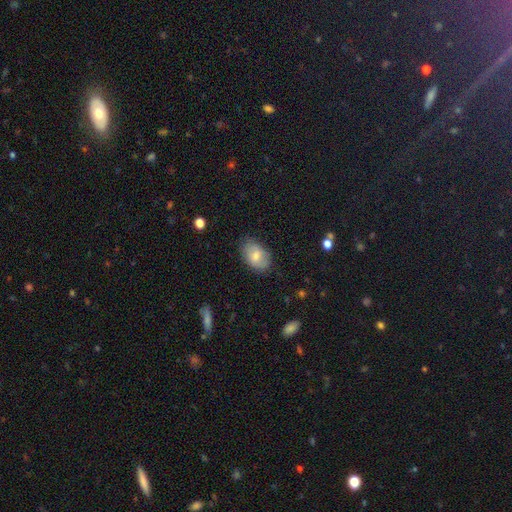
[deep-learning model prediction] smooth 68%, featured or disk 24%, star or artifact 8%. Down the decision tree: how rounded — in between (88%); merging — none (80%).